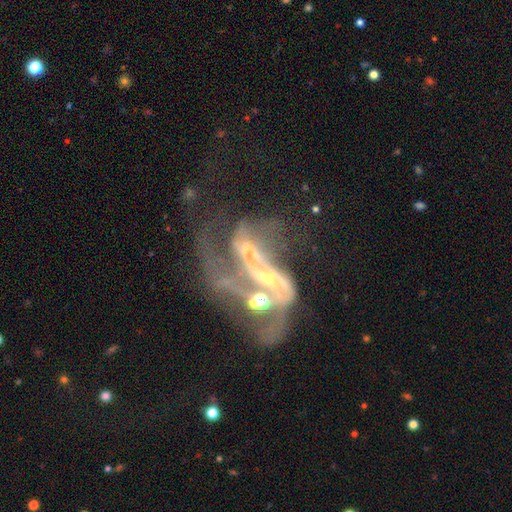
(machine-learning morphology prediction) featured or disk 71%, star or artifact 16%, smooth 12%. Down the decision tree: edge-on disk — no (90%); bar — no (58%); spiral arms — yes (59%); bulge size — moderate (42%); merging — merger (58%).